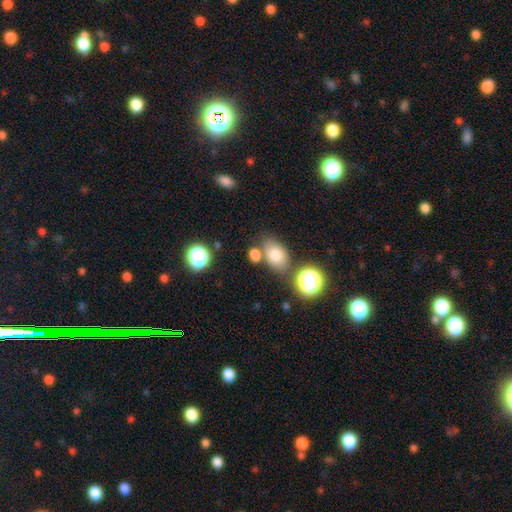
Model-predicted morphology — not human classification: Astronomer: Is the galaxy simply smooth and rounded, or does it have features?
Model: smooth — 76%.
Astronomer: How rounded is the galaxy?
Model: in between — 73%.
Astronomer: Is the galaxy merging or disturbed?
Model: none — 64%.